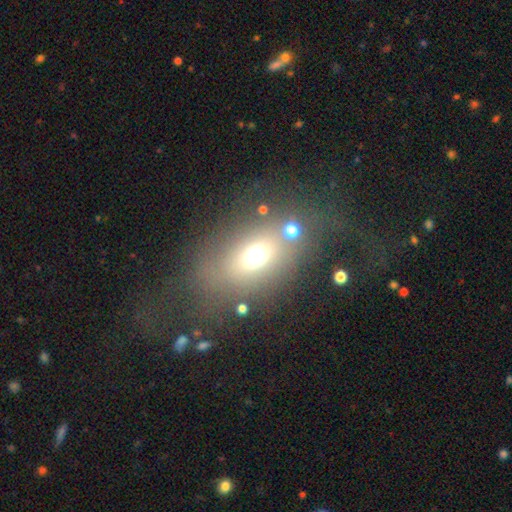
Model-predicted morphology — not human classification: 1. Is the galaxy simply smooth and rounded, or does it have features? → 63% smooth, 21% star or artifact, 17% featured or disk.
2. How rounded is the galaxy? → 64% in between, 33% round, 3% cigar-shaped.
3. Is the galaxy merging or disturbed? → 65% none, 14% minor disturbance, 11% major disturbance, 10% merger.